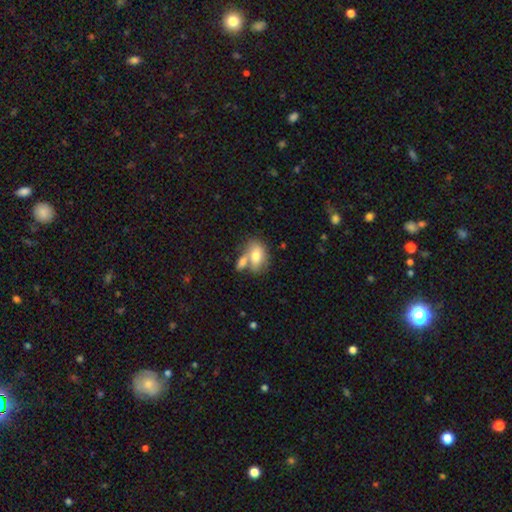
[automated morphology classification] Smooth or featured: smooth — 71% (featured or disk — 21%)
How rounded: in between — 83% (round — 15%)
Merging: merger — 42% (none — 40%)